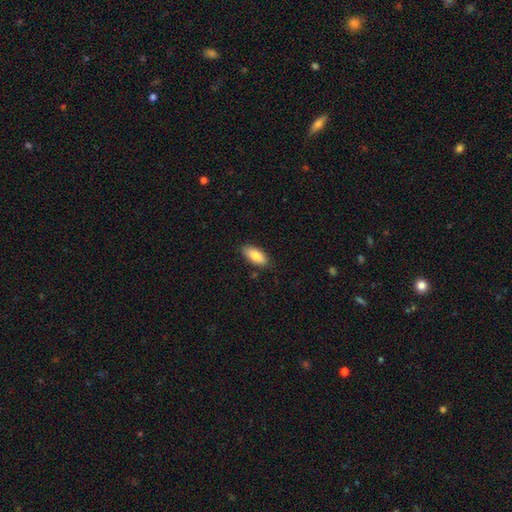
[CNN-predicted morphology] This is clearly a smooth galaxy (86%). How rounded: clearly in between (87%). Merging: clearly none (84%).